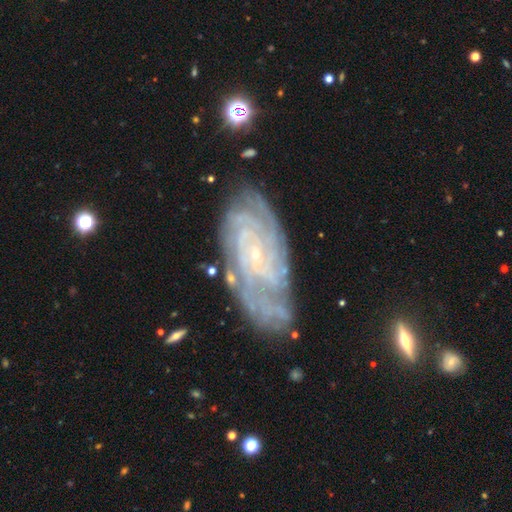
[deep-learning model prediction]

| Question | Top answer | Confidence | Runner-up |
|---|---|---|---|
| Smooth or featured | featured or disk | 88% | star or artifact (6%) |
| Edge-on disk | no | 95% | yes (5%) |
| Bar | no | 63% | weak (27%) |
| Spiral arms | yes | 98% | no (2%) |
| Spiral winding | tight | 77% | medium (20%) |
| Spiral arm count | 4 | 26% | can't tell (23%) |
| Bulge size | small | 88% | moderate (7%) |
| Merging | none | 75% | minor disturbance (18%) |